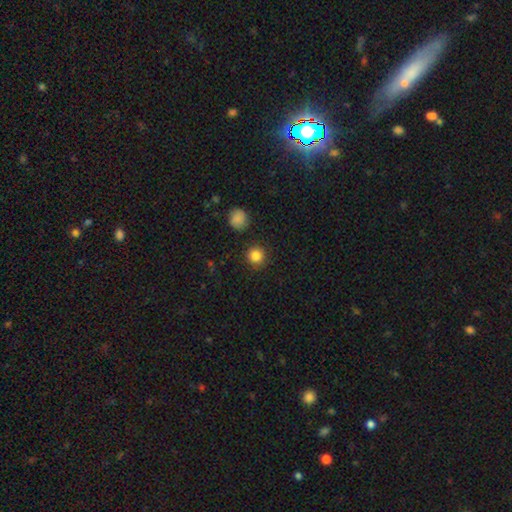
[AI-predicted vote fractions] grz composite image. It shows a smooth galaxy with no disk features (85%) that is round (94%). Merging: none (90%).